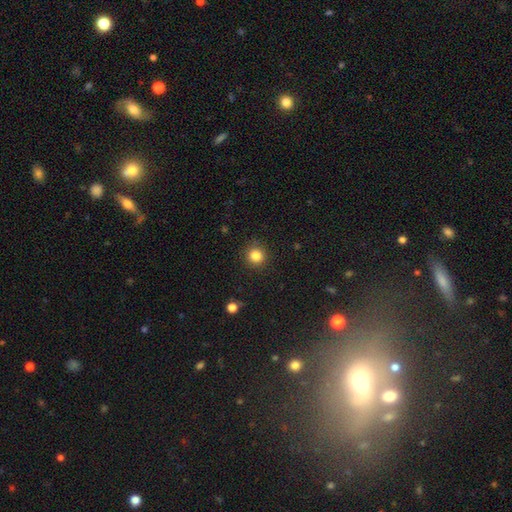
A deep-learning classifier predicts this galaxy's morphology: Q: Smooth or featured?
A: smooth (84%); runner-up: star or artifact (12%)
Q: How rounded?
A: round (93%); runner-up: in between (6%)
Q: Merging?
A: none (91%); runner-up: minor disturbance (6%)